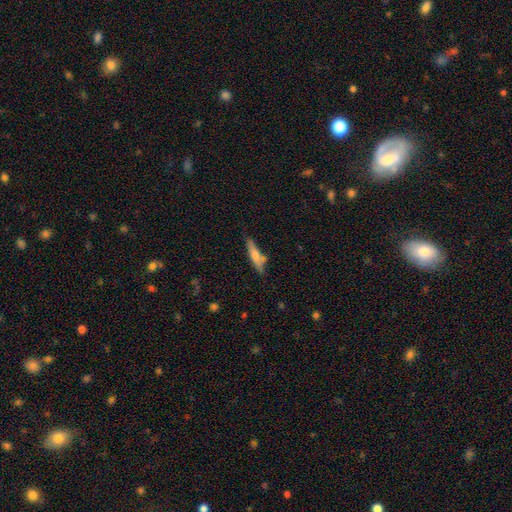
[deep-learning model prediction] smooth-or-featured: smooth: 63% | featured or disk: 31% | star or artifact: 6%
  how-rounded: cigar-shaped: 81% | in between: 17% | round: 2%
  merging: none: 67% | minor disturbance: 19% | merger: 9% | major disturbance: 5%